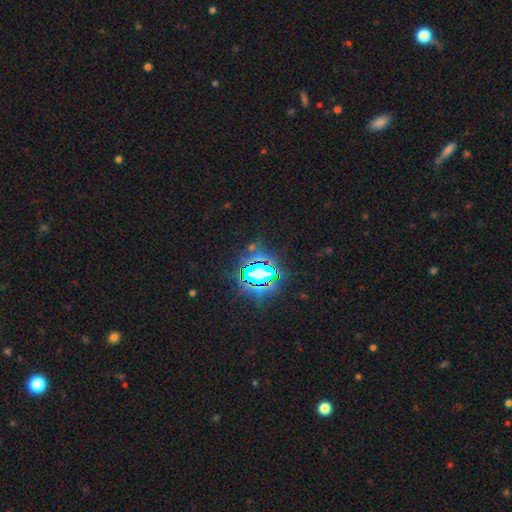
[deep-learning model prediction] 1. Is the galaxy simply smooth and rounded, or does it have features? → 82% star or artifact, 11% smooth, 7% featured or disk.